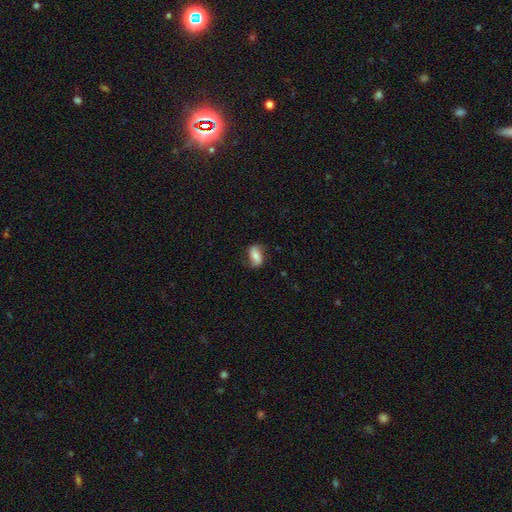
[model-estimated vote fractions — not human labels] Smooth or featured: featured or disk — 46% (tied with smooth — 46%)
Merging: none — 67% (minor disturbance — 22%)